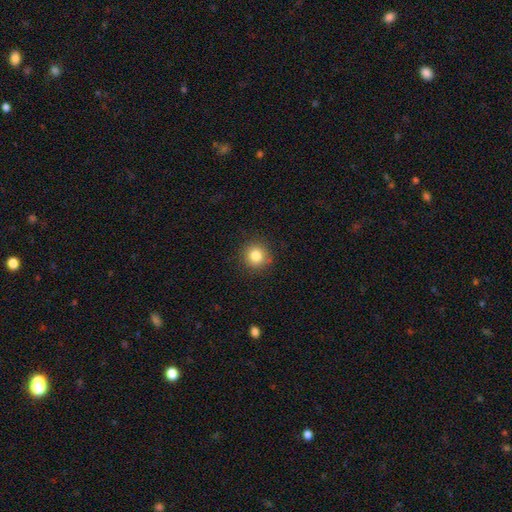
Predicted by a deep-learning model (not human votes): smooth_or_featured: smooth (p=0.83) [alt: star or artifact p=0.11]
how_rounded: round (p=0.92) [alt: in between p=0.07]
merging: none (p=0.90) [alt: minor disturbance p=0.07]